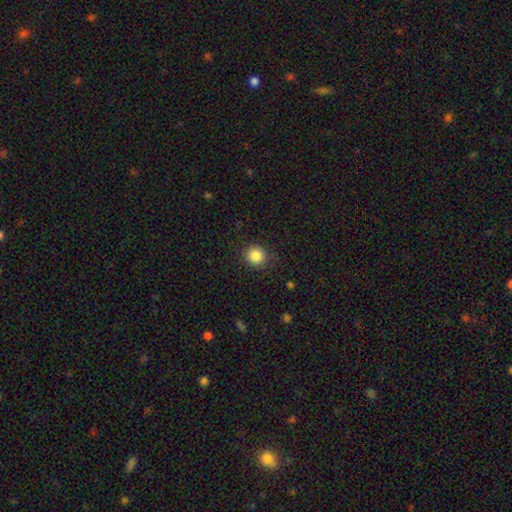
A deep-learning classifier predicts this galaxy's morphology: Smooth or featured? Predicted: smooth (p=0.86). How rounded? Predicted: round (p=0.91). Merging? Predicted: none (p=0.88).